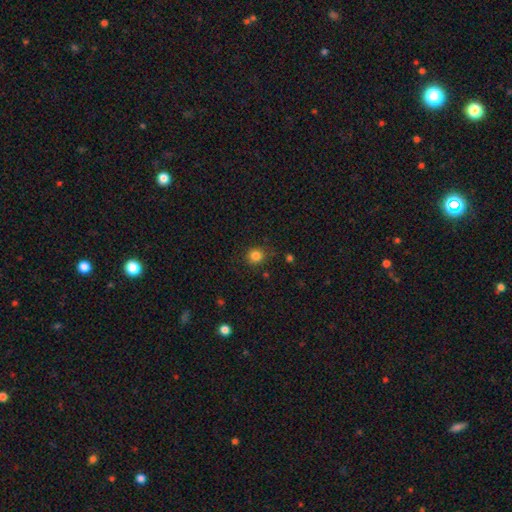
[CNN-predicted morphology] Smooth or featured: smooth — 83% (star or artifact — 12%)
How rounded: round — 87% (in between — 12%)
Merging: none — 83% (minor disturbance — 12%)